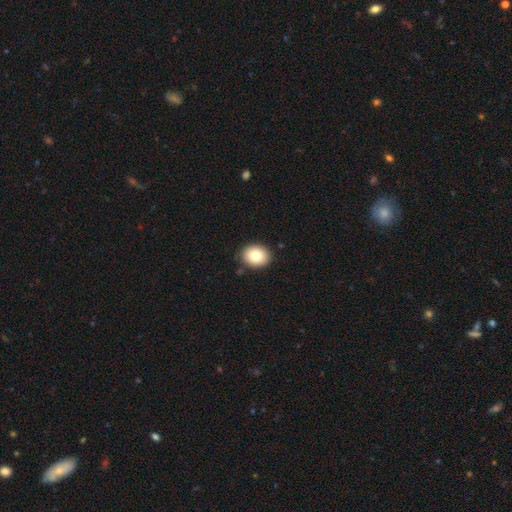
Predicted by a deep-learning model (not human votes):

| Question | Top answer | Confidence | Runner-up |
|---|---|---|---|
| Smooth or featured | smooth | 79% | featured or disk (12%) |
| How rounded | round | 57% | in between (42%) |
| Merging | none | 87% | minor disturbance (9%) |